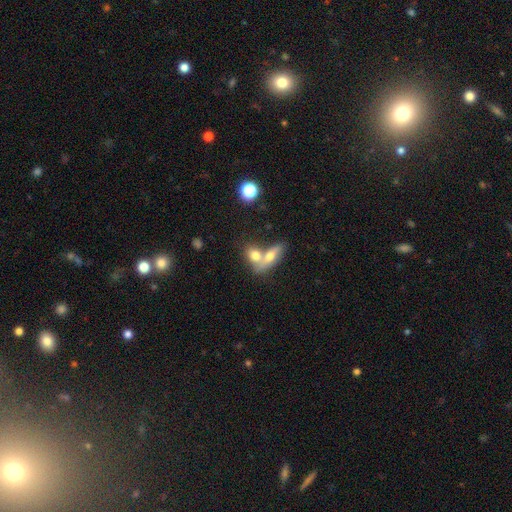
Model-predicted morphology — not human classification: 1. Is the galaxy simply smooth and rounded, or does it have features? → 71% smooth, 21% featured or disk, 8% star or artifact.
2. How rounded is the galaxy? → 69% in between, 21% round, 10% cigar-shaped.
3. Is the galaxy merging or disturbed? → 63% merger, 26% none, 7% minor disturbance, 4% major disturbance.